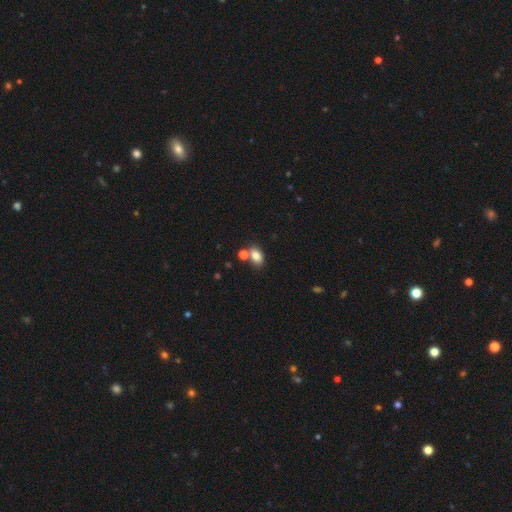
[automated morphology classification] Smooth or featured? smooth (82%)
How rounded? in between (81%)
Merging? none (60%)